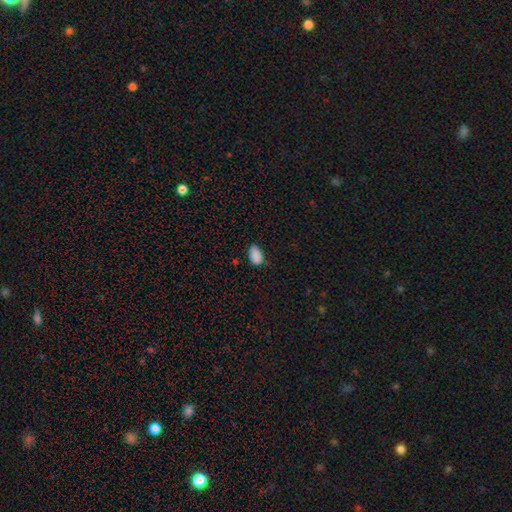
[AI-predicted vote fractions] A smooth galaxy with no disk features (87%) that is in between round and cigar-shaped (92%). Merging: none (70%).